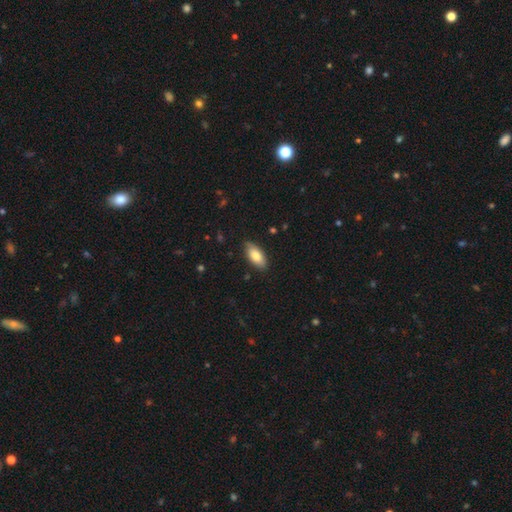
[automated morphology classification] Smooth or featured? smooth (81%)
How rounded? in between (90%)
Merging? none (82%)